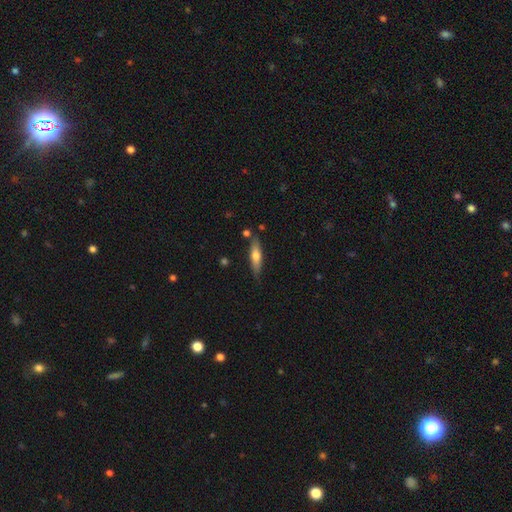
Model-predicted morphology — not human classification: Q: Smooth or featured?
A: smooth (55%); runner-up: featured or disk (39%)
Q: How rounded?
A: cigar-shaped (73%); runner-up: in between (25%)
Q: Merging?
A: none (77%); runner-up: minor disturbance (15%)